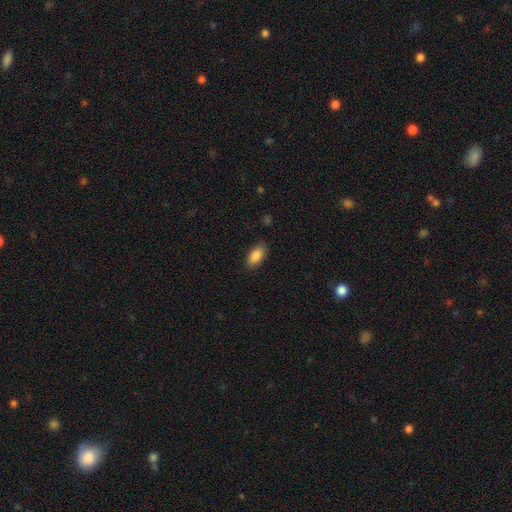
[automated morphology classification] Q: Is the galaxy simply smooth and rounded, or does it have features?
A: smooth — 88%.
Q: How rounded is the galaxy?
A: in between — 92%.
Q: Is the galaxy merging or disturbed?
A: none — 84%.